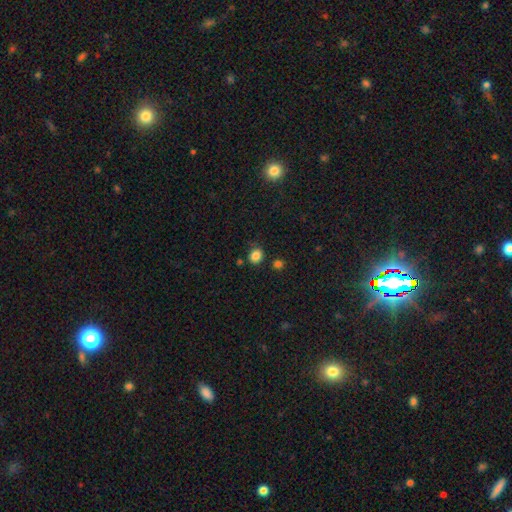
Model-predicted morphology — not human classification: Q: Smooth or featured?
A: smooth (84%); runner-up: star or artifact (12%)
Q: How rounded?
A: round (77%); runner-up: in between (23%)
Q: Merging?
A: none (80%); runner-up: minor disturbance (11%)